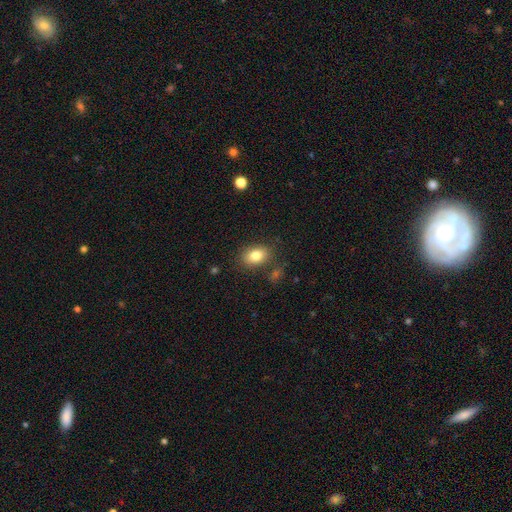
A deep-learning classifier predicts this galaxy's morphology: The model was most divided on "how rounded": in between: 78%, round: 21%, cigar-shaped: 1%. More confident: smooth or featured — smooth (82%); merging — none (80%).